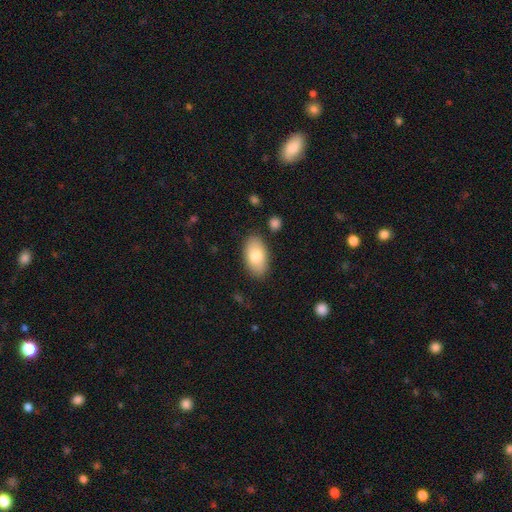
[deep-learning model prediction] smooth 78%, featured or disk 15%, star or artifact 6%. Down the decision tree: how rounded — in between (94%); merging — none (85%).